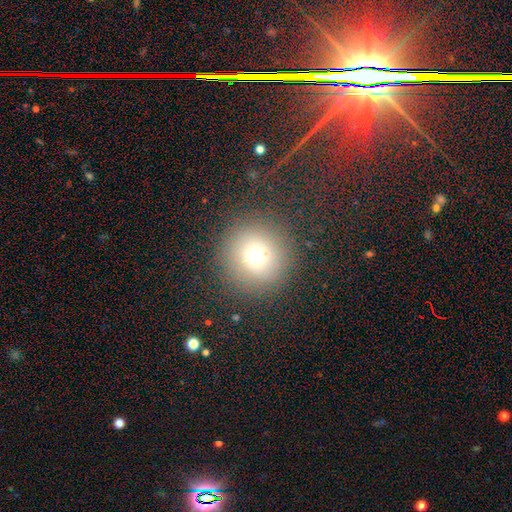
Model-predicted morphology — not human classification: This appears to be a smooth galaxy with no disk features (69%) that is round (95%). Merging: none (83%).